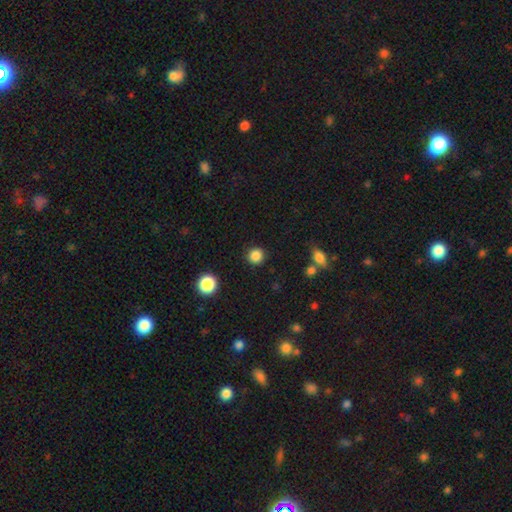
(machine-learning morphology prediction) Smooth or featured? Predicted: smooth (p=0.85). How rounded? Predicted: round (p=0.93). Merging? Predicted: none (p=0.89).